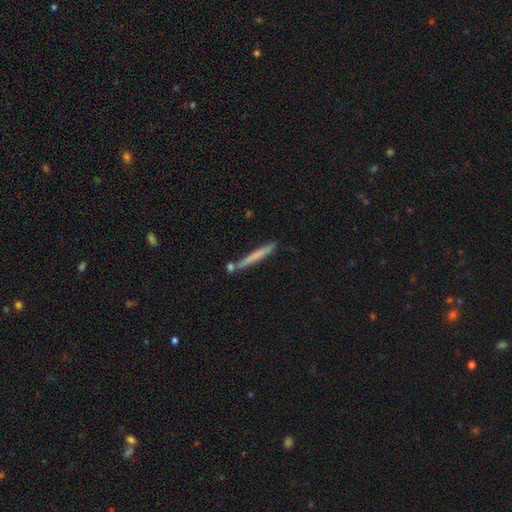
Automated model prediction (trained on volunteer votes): Smooth or featured? Predicted: smooth (p=0.64). How rounded? Predicted: cigar-shaped (p=0.96). Merging? Predicted: none (p=0.76).